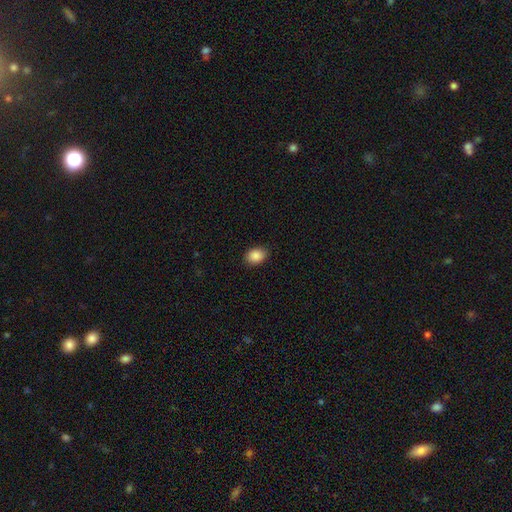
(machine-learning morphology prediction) Smooth or featured? smooth (88%)
How rounded? in between (67%)
Merging? none (88%)